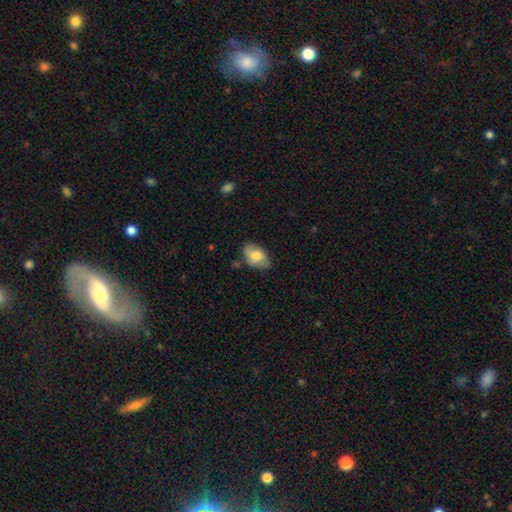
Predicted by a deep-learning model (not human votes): A smooth galaxy with no disk features (69%) that is in between round and cigar-shaped (89%). Merging: none (67%).